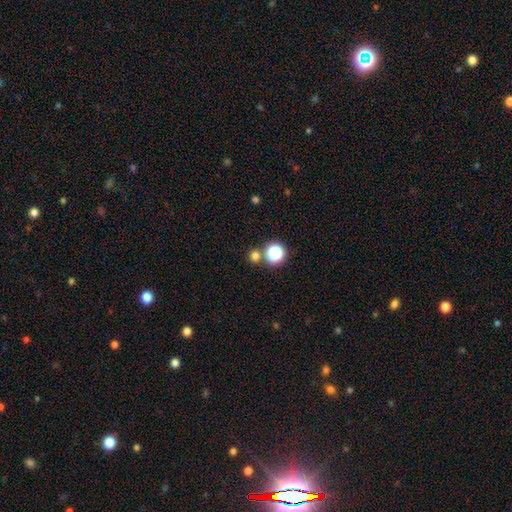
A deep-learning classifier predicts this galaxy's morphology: The model was most divided on "smooth or featured": smooth: 73%, star or artifact: 22%, featured or disk: 5%. More confident: how rounded — round (89%); merging — none (73%).